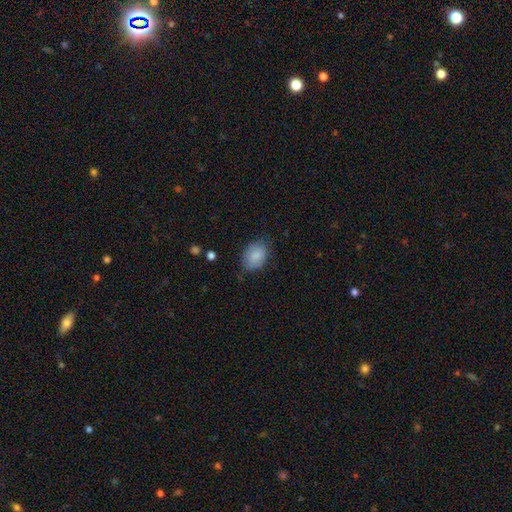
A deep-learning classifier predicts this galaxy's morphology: Smooth or featured?
  - smooth: 87% *
  - star or artifact: 7%
  - featured or disk: 6%
How rounded?
  - in between: 68% *
  - round: 31%
  - cigar-shaped: 1%
Merging?
  - none: 73% *
  - minor disturbance: 21%
  - major disturbance: 5%
  - merger: 1%